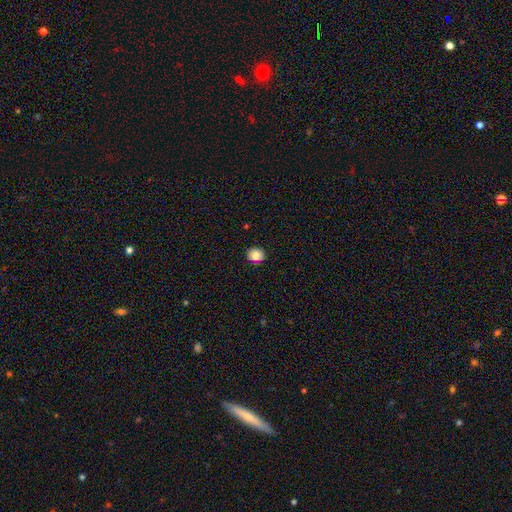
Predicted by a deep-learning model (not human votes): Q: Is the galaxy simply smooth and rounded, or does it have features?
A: smooth — 84%.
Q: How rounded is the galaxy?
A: round — 79%.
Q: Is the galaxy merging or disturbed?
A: none — 89%.